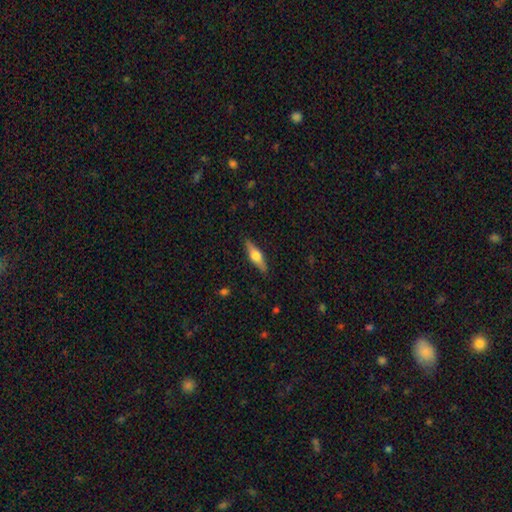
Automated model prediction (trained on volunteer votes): Smooth or featured: featured or disk — 52% (smooth — 42%)
Edge-on disk: yes — 94% (no — 6%)
Merging: none — 89% (minor disturbance — 8%)